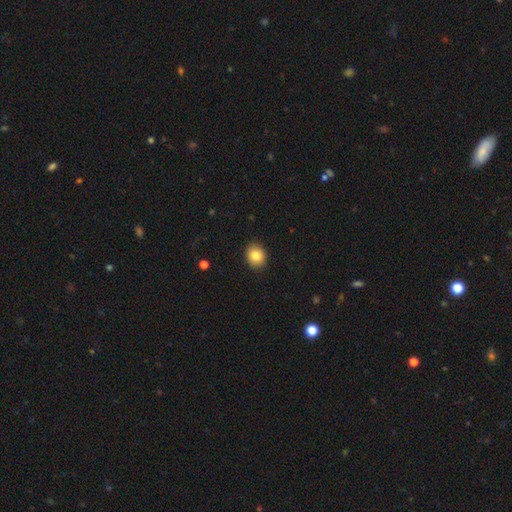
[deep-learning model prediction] This is clearly a smooth galaxy (83%). How rounded: possibly round (58%). Merging: clearly none (90%).